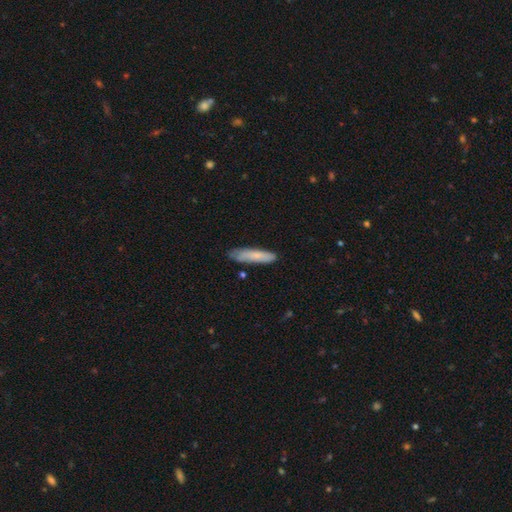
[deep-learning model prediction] This is likely a smooth galaxy (76%). How rounded: clearly cigar-shaped (81%). Merging: likely none (76%).